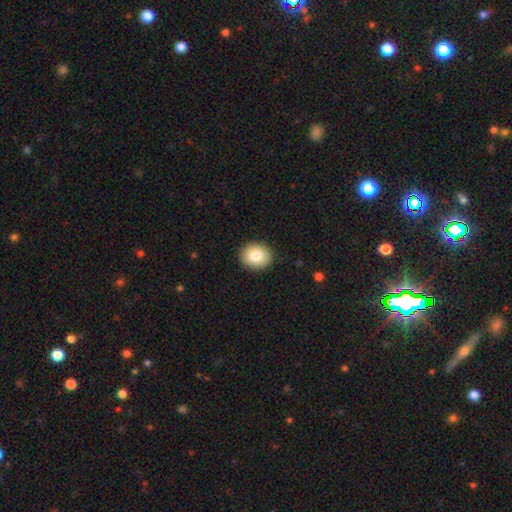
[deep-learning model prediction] Smooth or featured?
  - smooth: 83% *
  - featured or disk: 9%
  - star or artifact: 8%
How rounded?
  - round: 61% *
  - in between: 38%
  - cigar-shaped: 1%
Merging?
  - none: 91% *
  - minor disturbance: 7%
  - major disturbance: 2%
  - merger: 1%